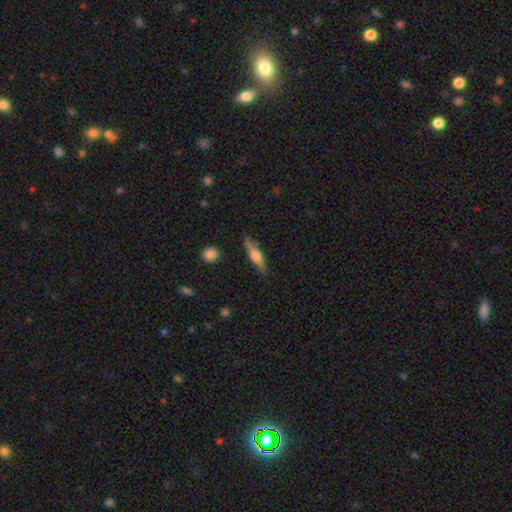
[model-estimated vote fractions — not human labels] smooth-or-featured: smooth: 51% | featured or disk: 42% | star or artifact: 6%
  how-rounded: cigar-shaped: 72% | in between: 26% | round: 3%
  merging: none: 84% | minor disturbance: 12% | major disturbance: 3% | merger: 2%